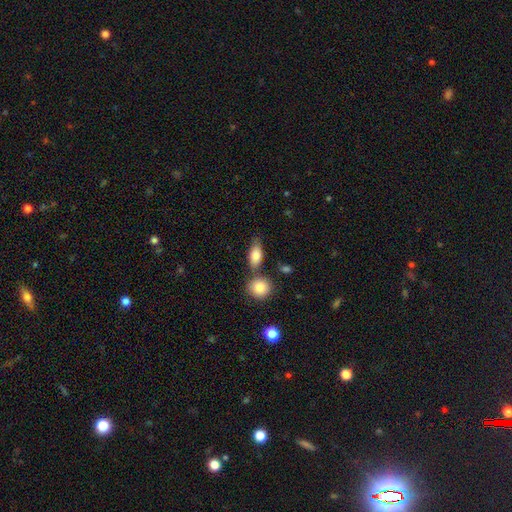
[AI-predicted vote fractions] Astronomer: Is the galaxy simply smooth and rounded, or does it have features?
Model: smooth — 82%.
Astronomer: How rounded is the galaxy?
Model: in between — 85%.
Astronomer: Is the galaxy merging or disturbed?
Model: none — 59%.